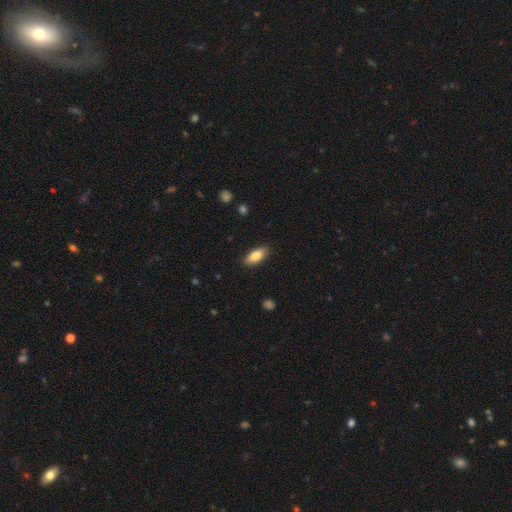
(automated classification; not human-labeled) This is clearly a smooth galaxy (83%). How rounded: clearly in between (82%). Merging: clearly none (88%).